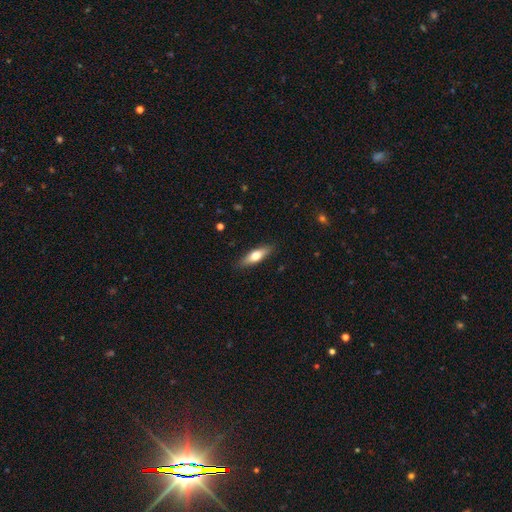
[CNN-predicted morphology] Smooth or featured: smooth — 65% (featured or disk — 29%)
How rounded: in between — 50% (cigar-shaped — 47%)
Merging: none — 87% (minor disturbance — 10%)